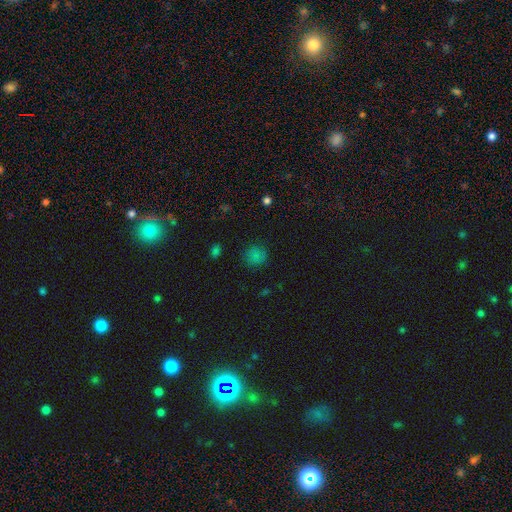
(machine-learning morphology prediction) Q: Smooth or featured?
A: smooth (79%); runner-up: star or artifact (16%)
Q: How rounded?
A: round (86%); runner-up: in between (13%)
Q: Merging?
A: none (83%); runner-up: minor disturbance (12%)